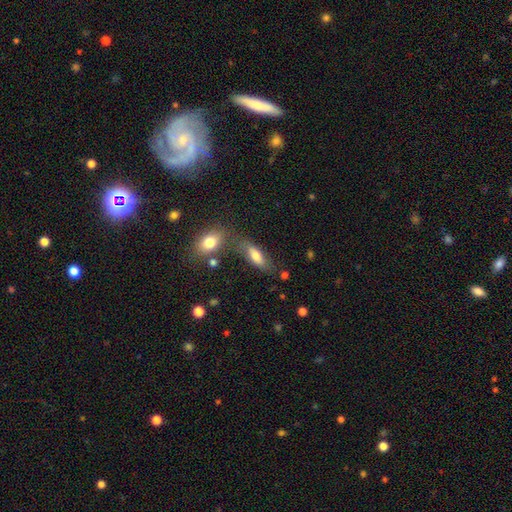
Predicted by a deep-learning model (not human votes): Morphology: type=smooth (70%); roundness=in between (69%); merging=none (57%).